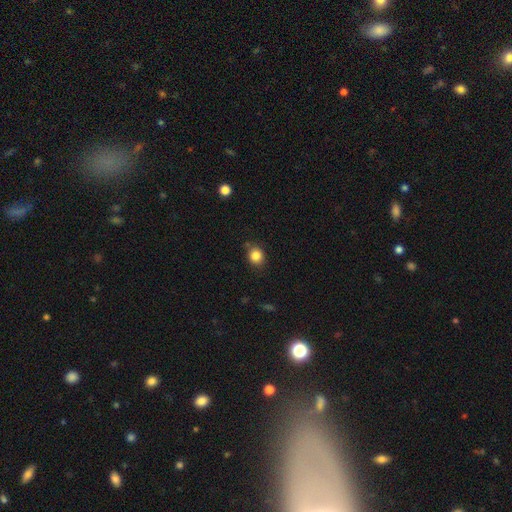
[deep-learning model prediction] Smooth or featured? smooth (84%)
How rounded? round (71%)
Merging? none (79%)